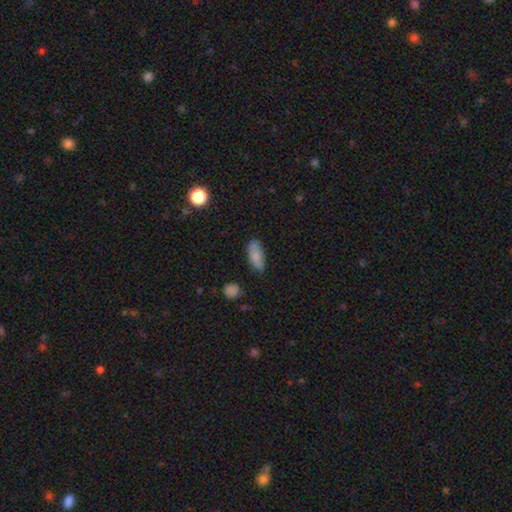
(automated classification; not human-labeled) smooth_or_featured: smooth (p=0.83) [alt: featured or disk p=0.10]
how_rounded: in between (p=0.83) [alt: cigar-shaped p=0.14]
merging: none (p=0.75) [alt: minor disturbance p=0.19]